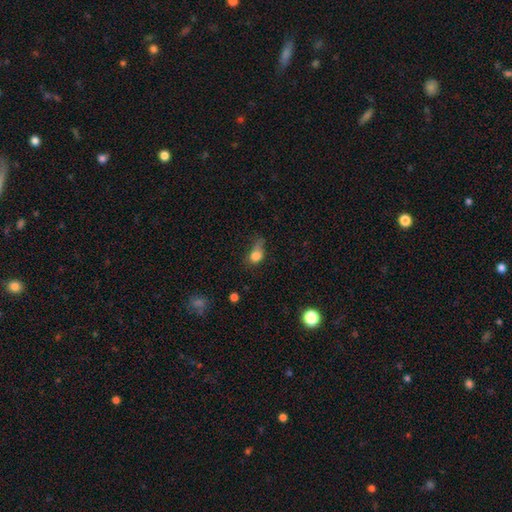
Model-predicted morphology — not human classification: Smooth or featured?
  - smooth: 78% *
  - featured or disk: 11%
  - star or artifact: 11%
How rounded?
  - in between: 53% *
  - round: 43%
  - cigar-shaped: 3%
Merging?
  - minor disturbance: 33% *
  - major disturbance: 32%
  - none: 28%
  - merger: 7%